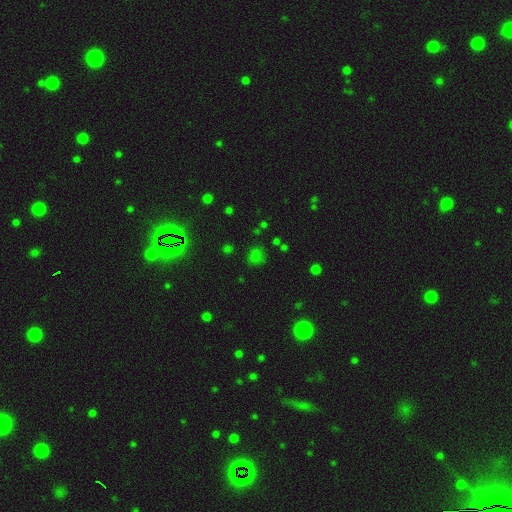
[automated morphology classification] Smooth or featured: smooth — 61% (star or artifact — 33%)
How rounded: round — 72% (in between — 27%)
Merging: none — 74% (minor disturbance — 15%)